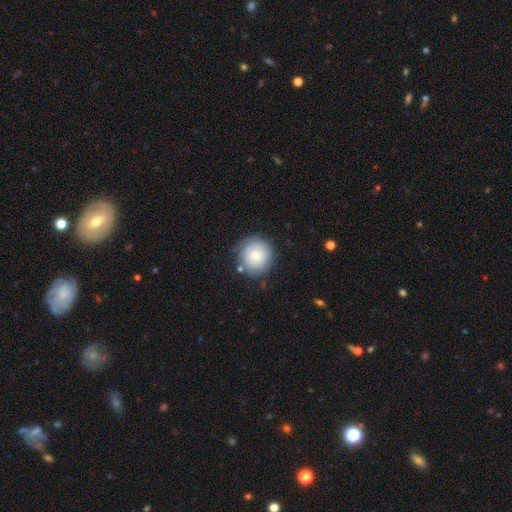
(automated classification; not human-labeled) smooth-or-featured: smooth: 72% | featured or disk: 21% | star or artifact: 8%
  how-rounded: round: 92% | in between: 7% | cigar-shaped: 1%
  merging: none: 81% | minor disturbance: 13% | major disturbance: 4% | merger: 2%